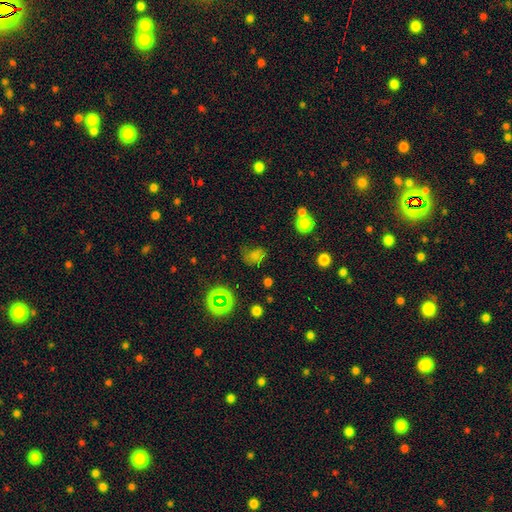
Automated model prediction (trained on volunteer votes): Smooth or featured? Predicted: smooth (p=0.58). How rounded? Predicted: in between (p=0.54). Merging? Predicted: none (p=0.53).